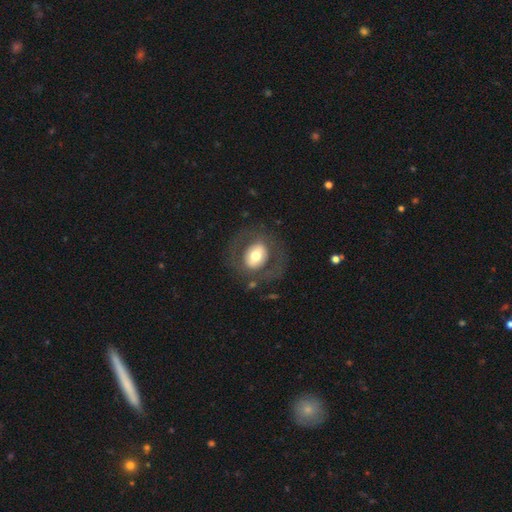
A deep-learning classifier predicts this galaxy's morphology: smooth-or-featured: smooth: 47% | featured or disk: 46% | star or artifact: 7%
  merging: none: 71% | major disturbance: 14% | minor disturbance: 12% | merger: 2%